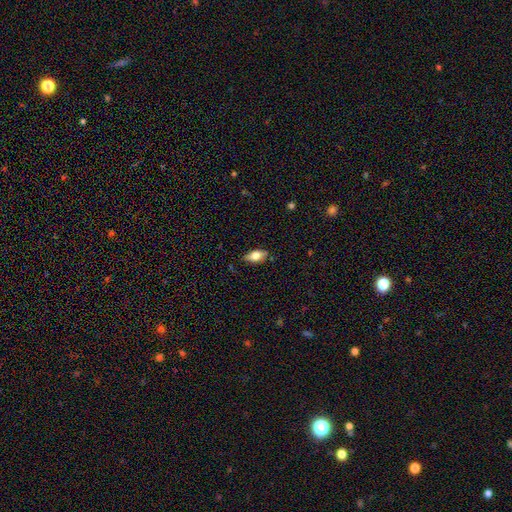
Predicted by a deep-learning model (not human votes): Smooth or featured? smooth (67%)
How rounded? in between (86%)
Merging? none (83%)